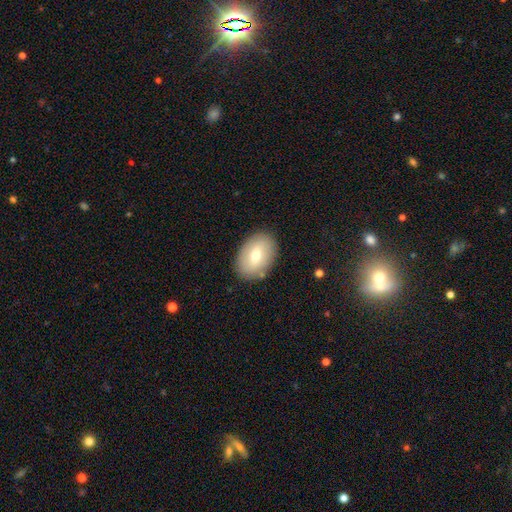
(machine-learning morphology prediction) The model was most divided on "smooth or featured": smooth: 68%, featured or disk: 25%, star or artifact: 7%. More confident: how rounded — in between (85%); merging — none (84%).